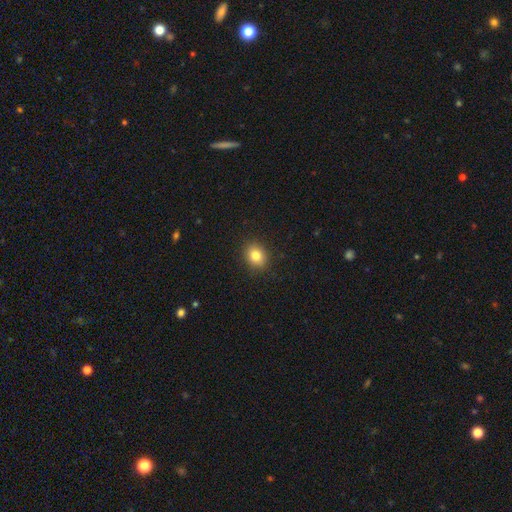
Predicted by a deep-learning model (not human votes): A smooth galaxy with no disk features (82%) that is round (57%). Merging: none (89%).